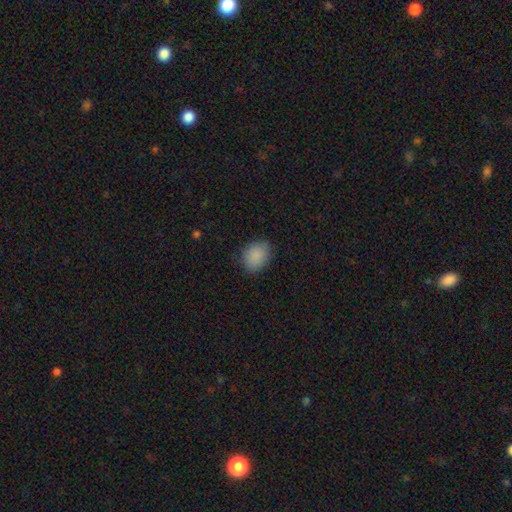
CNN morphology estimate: smooth_or_featured: smooth (p=0.88) [alt: star or artifact p=0.08]
how_rounded: in between (p=0.56) [alt: round p=0.43]
merging: none (p=0.84) [alt: minor disturbance p=0.12]